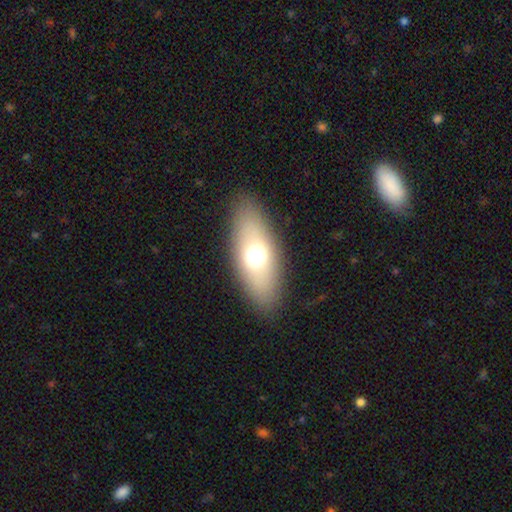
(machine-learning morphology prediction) smooth 64%, featured or disk 26%, star or artifact 10%. Down the decision tree: how rounded — in between (79%); merging — none (87%).